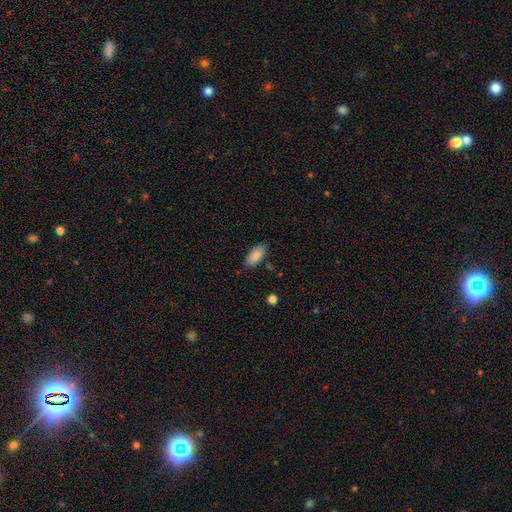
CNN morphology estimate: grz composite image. It shows a smooth galaxy with no disk features (86%) that is in between round and cigar-shaped (90%). Merging: none (83%).